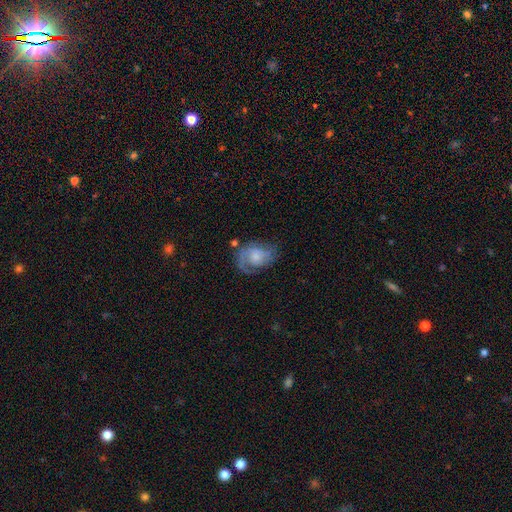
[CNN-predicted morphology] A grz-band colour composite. It shows a featured or disk galaxy (67%) with no bar (70%), 2 (45%) medium (42%) spiral arms (89%) and a small central bulge (44%). Merging: none (56%).